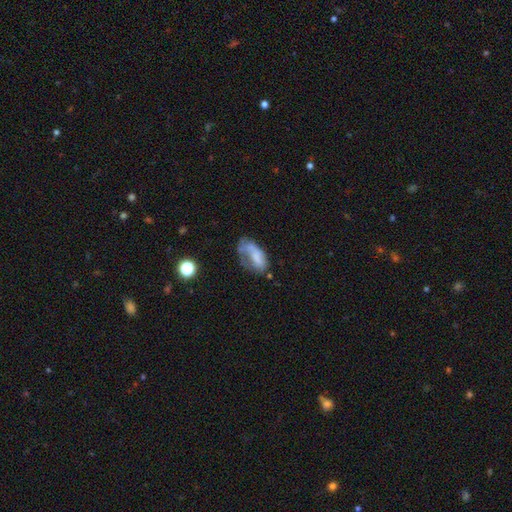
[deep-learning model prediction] A smooth galaxy with no disk features (54%) that is in between round and cigar-shaped (87%).

Vote fractions:
- Smooth or featured? smooth: 54% / featured or disk: 35% / star or artifact: 11%
- How rounded? in between: 87% / cigar-shaped: 8% / round: 5%
- Merging? major disturbance: 36% / none: 29% / minor disturbance: 27% / merger: 8%